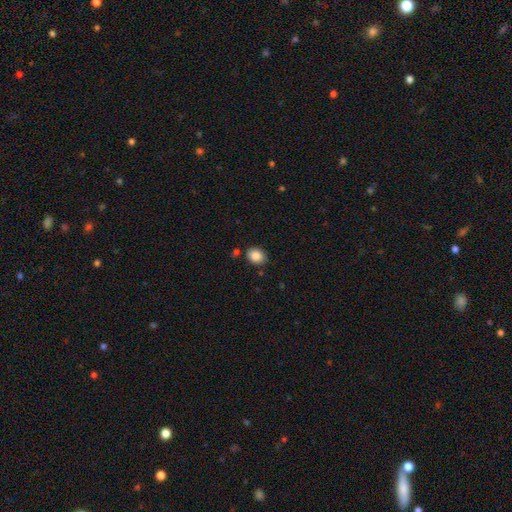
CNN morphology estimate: Smooth or featured? smooth (86%)
How rounded? in between (52%)
Merging? none (82%)